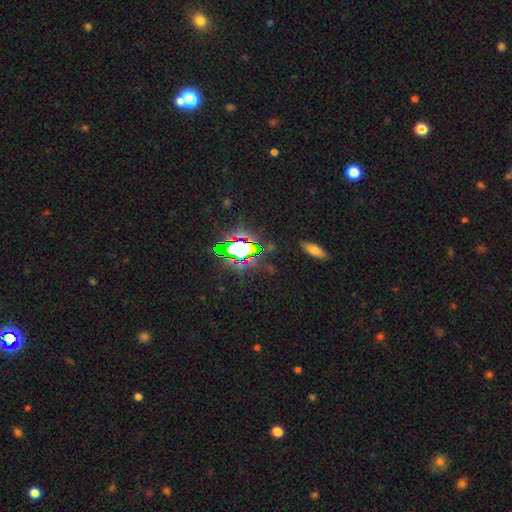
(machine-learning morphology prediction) Overall: star or artifact (78%).